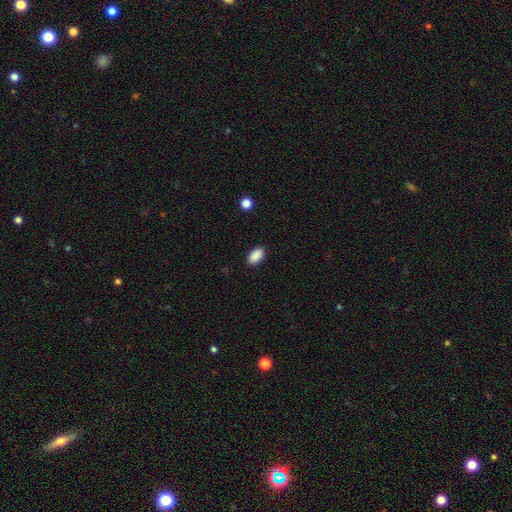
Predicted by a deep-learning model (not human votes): This appears to be a smooth galaxy with no disk features (90%) that is in between round and cigar-shaped (94%). Merging: none (89%).